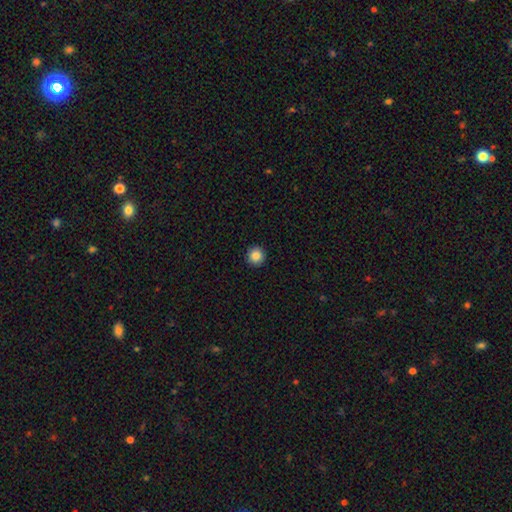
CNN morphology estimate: A smooth galaxy with no disk features (86%) that is round (96%). Merging: none (94%).